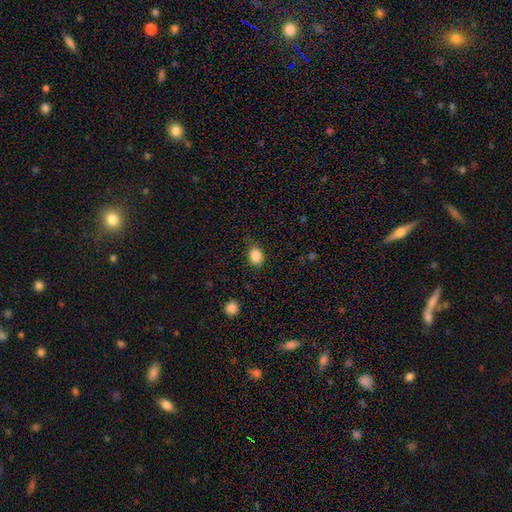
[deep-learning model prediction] A smooth galaxy with no disk features (87%) that is in between round and cigar-shaped (70%).

Vote fractions:
- Smooth or featured? smooth: 87% / star or artifact: 9% / featured or disk: 4%
- How rounded? in between: 70% / round: 28% / cigar-shaped: 1%
- Merging? none: 78% / minor disturbance: 17% / major disturbance: 4% / merger: 1%